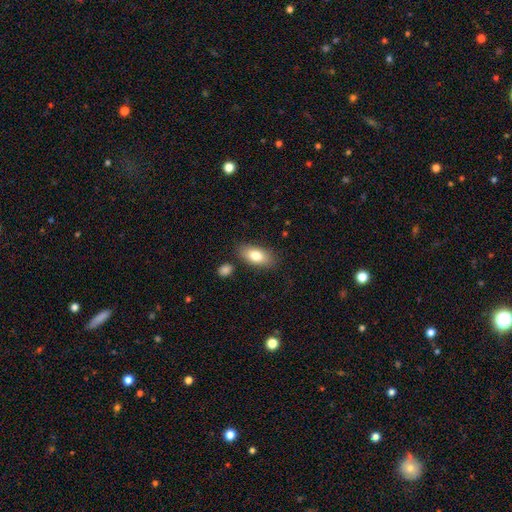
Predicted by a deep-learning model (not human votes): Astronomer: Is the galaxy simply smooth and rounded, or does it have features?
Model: smooth — 80%.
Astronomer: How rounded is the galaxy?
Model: in between — 89%.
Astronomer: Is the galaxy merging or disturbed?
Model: none — 82%.